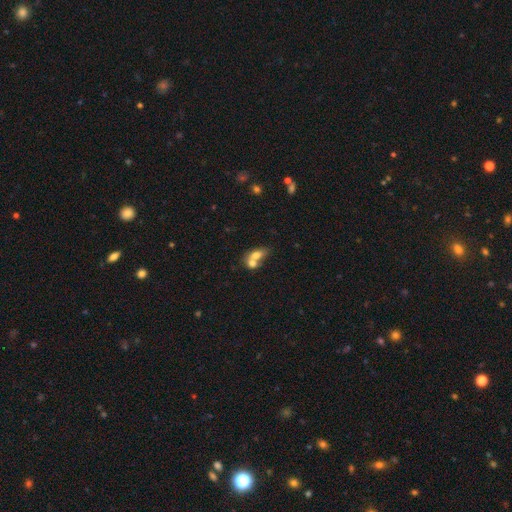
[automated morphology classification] Smooth or featured: smooth — 67% (featured or disk — 24%)
How rounded: in between — 70% (round — 26%)
Merging: merger — 70% (none — 18%)